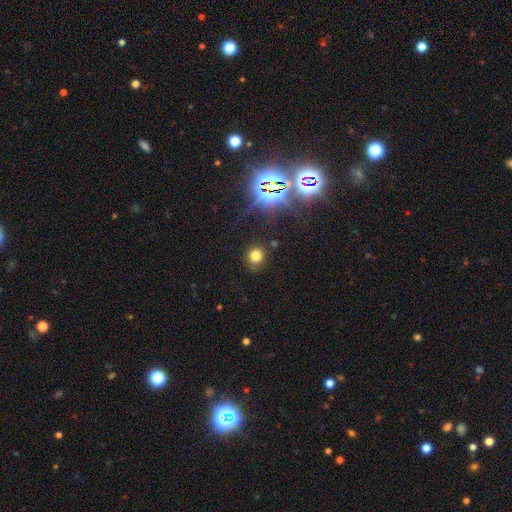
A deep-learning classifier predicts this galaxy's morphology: Smooth or featured?
  - smooth: 70% *
  - star or artifact: 22%
  - featured or disk: 8%
How rounded?
  - round: 88% *
  - in between: 10%
  - cigar-shaped: 1%
Merging?
  - none: 83% *
  - minor disturbance: 9%
  - major disturbance: 4%
  - merger: 4%